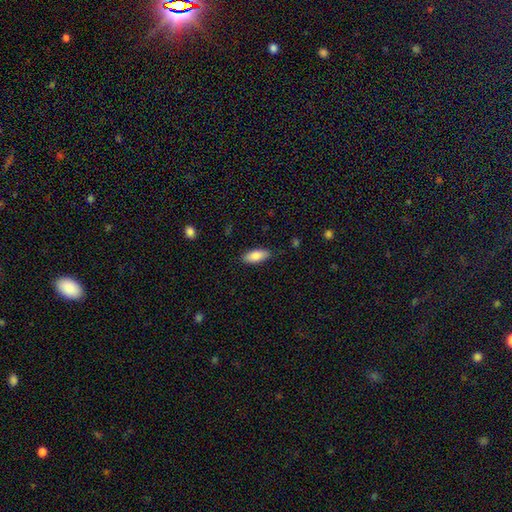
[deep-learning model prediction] smooth_or_featured: smooth (p=0.84) [alt: featured or disk p=0.09]
how_rounded: in between (p=0.83) [alt: cigar-shaped p=0.15]
merging: none (p=0.86) [alt: minor disturbance p=0.11]